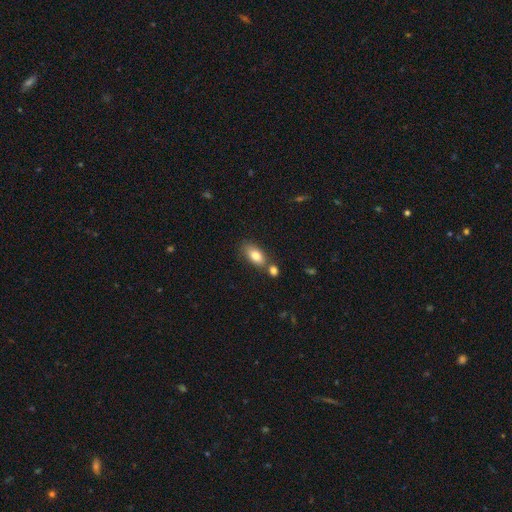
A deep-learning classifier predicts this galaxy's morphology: smooth-or-featured: smooth: 81% | featured or disk: 12% | star or artifact: 8%
  how-rounded: in between: 88% | round: 6% | cigar-shaped: 6%
  merging: none: 60% | merger: 22% | minor disturbance: 14% | major disturbance: 4%